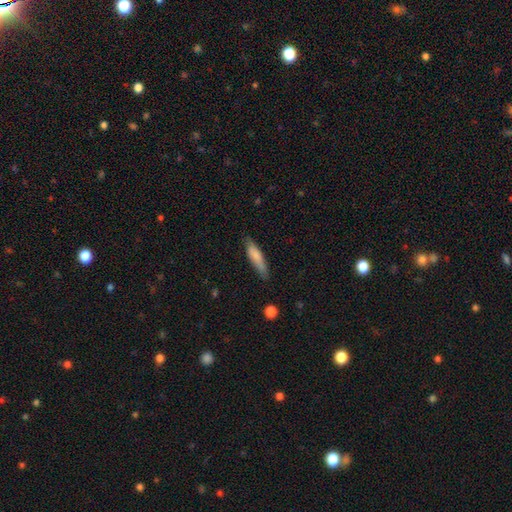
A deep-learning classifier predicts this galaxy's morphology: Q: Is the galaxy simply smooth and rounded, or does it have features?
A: smooth — 77%.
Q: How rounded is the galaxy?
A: cigar-shaped — 78%.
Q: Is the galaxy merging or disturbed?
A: none — 77%.